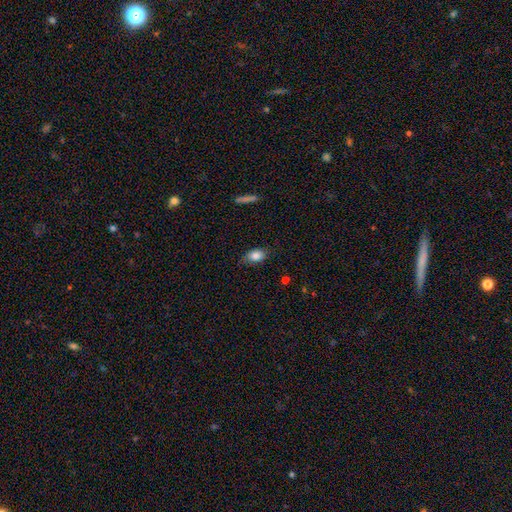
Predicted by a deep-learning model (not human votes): smooth 84%, featured or disk 8%, star or artifact 8%. Down the decision tree: how rounded — in between (84%); merging — none (75%).